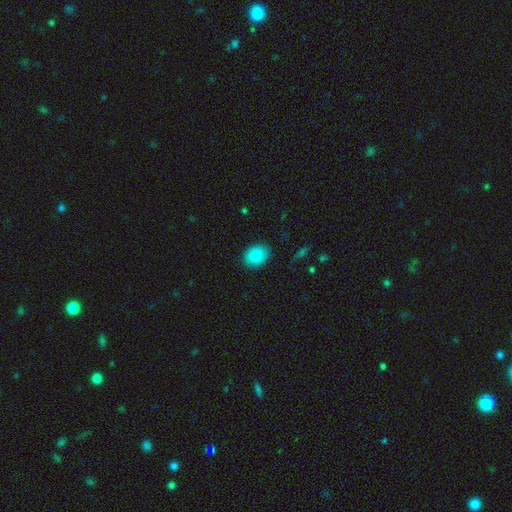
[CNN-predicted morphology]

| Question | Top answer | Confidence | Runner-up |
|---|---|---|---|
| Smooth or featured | smooth | 88% | star or artifact (8%) |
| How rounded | in between | 60% | round (39%) |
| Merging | none | 87% | minor disturbance (10%) |